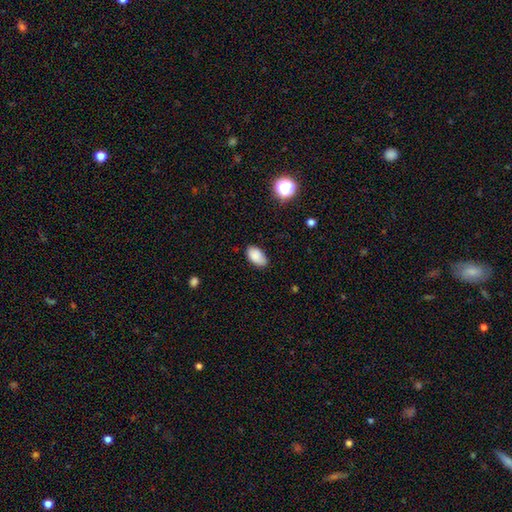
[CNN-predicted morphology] Smooth or featured?
  - smooth: 86% *
  - star or artifact: 8%
  - featured or disk: 5%
How rounded?
  - in between: 94% *
  - round: 4%
  - cigar-shaped: 1%
Merging?
  - none: 78% *
  - minor disturbance: 18%
  - major disturbance: 3%
  - merger: 1%